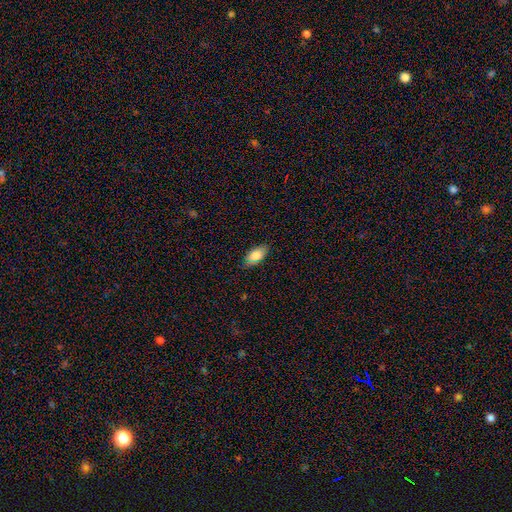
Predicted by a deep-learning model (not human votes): Smooth or featured? Predicted: smooth (p=0.82). How rounded? Predicted: in between (p=0.88). Merging? Predicted: none (p=0.79).